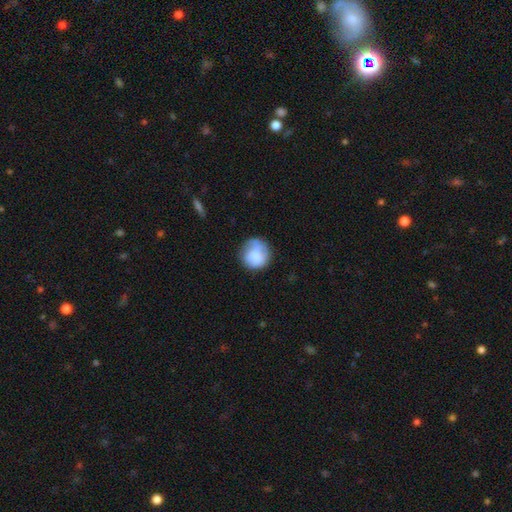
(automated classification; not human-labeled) Morphology: type=smooth (69%); roundness=round (88%); merging=none (63%).